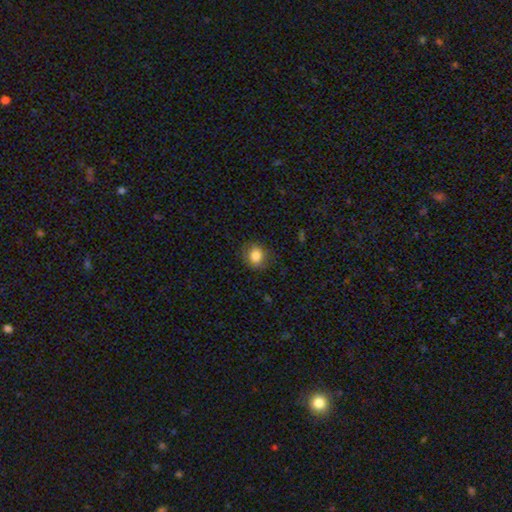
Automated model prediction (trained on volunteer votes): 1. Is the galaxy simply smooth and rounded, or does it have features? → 84% smooth, 10% star or artifact, 6% featured or disk.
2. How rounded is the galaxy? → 69% round, 30% in between, 1% cigar-shaped.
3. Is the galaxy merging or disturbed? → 79% none, 15% minor disturbance, 5% major disturbance, 1% merger.